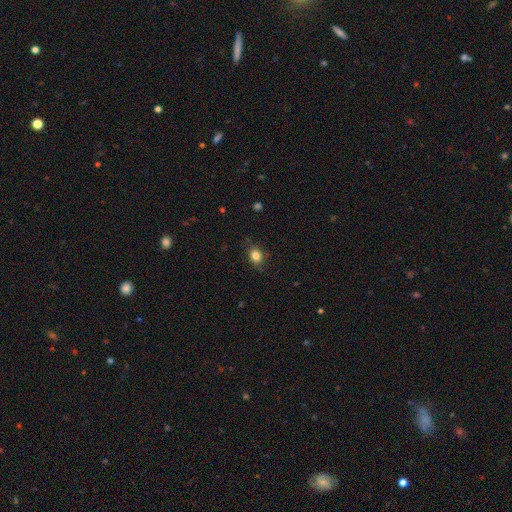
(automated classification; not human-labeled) This is clearly a smooth galaxy (83%). How rounded: possibly in between (52%). Merging: clearly none (81%).